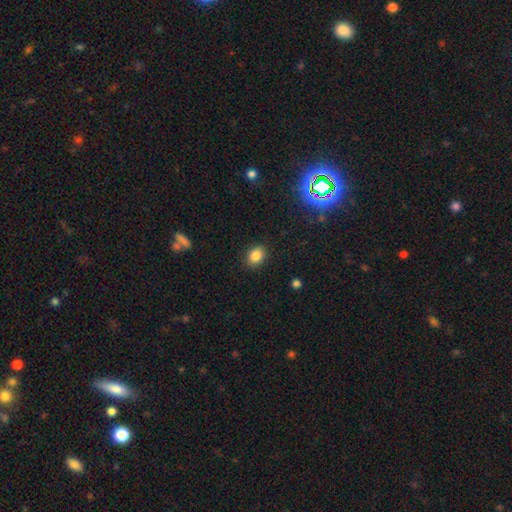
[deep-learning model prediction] Q: Smooth or featured?
A: smooth (85%); runner-up: star or artifact (10%)
Q: How rounded?
A: in between (59%); runner-up: round (40%)
Q: Merging?
A: none (88%); runner-up: minor disturbance (9%)